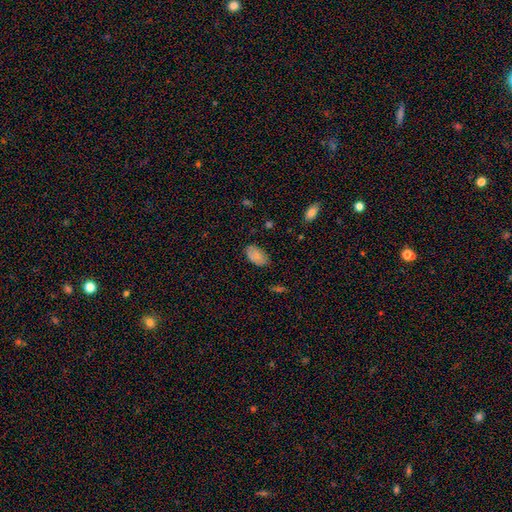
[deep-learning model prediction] The model was most divided on "merging": none: 77%, minor disturbance: 18%, major disturbance: 4%, merger: 1%. More confident: how rounded — in between (94%); smooth or featured — smooth (82%).